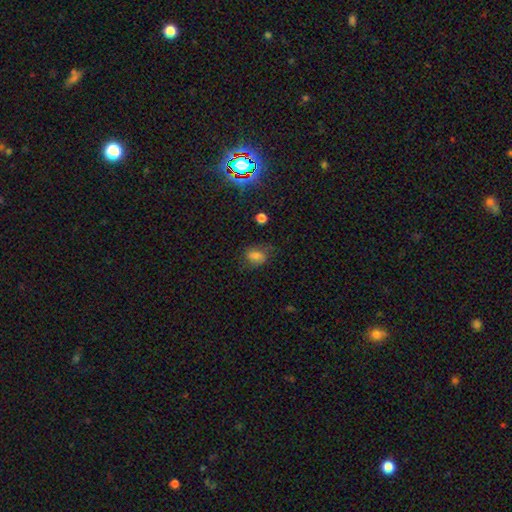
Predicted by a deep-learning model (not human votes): smooth-or-featured: smooth: 70% | star or artifact: 16% | featured or disk: 14%
  how-rounded: in between: 67% | round: 32% | cigar-shaped: 2%
  merging: none: 63% | minor disturbance: 24% | major disturbance: 11% | merger: 2%